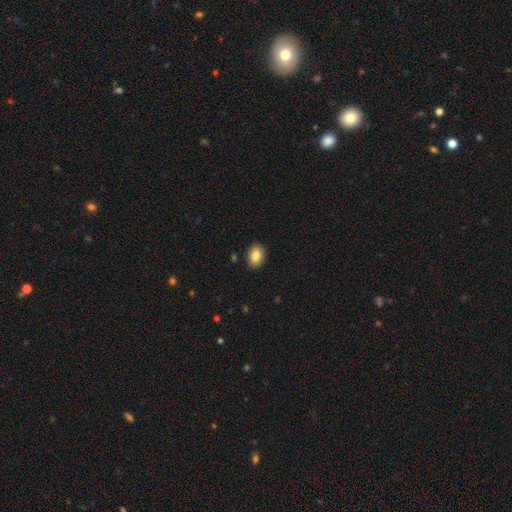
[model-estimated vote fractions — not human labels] Morphology: type=smooth (86%); roundness=in between (85%); merging=none (90%).